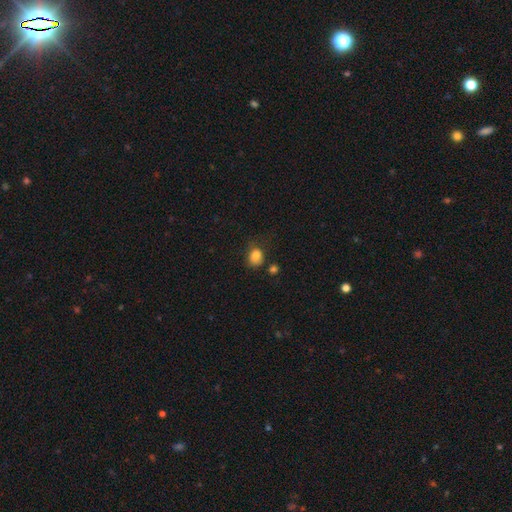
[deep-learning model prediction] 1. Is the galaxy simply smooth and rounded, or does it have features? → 83% smooth, 11% star or artifact, 6% featured or disk.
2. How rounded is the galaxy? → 56% round, 43% in between, 1% cigar-shaped.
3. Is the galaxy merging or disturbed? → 62% none, 23% minor disturbance, 8% major disturbance, 6% merger.